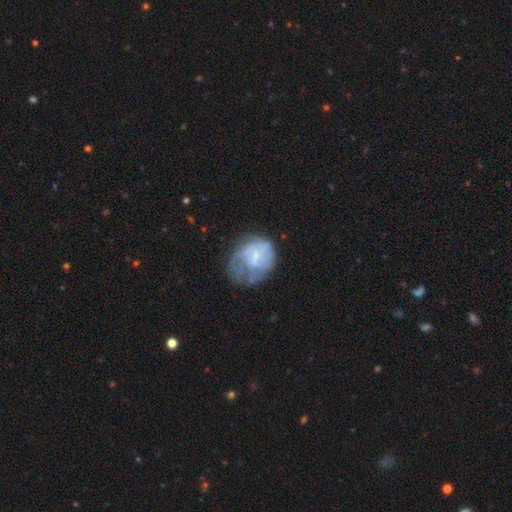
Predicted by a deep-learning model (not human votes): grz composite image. It shows a featured or disk galaxy (56%) with no bar (60%), spiral arms (53%) and a small central bulge (56%). Merging: none (40%).